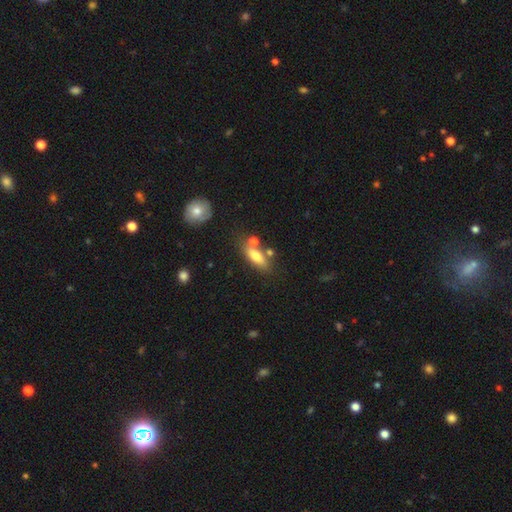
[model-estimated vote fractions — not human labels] Q: Smooth or featured?
A: smooth (72%); runner-up: featured or disk (20%)
Q: How rounded?
A: in between (64%); runner-up: cigar-shaped (33%)
Q: Merging?
A: none (63%); runner-up: merger (16%)